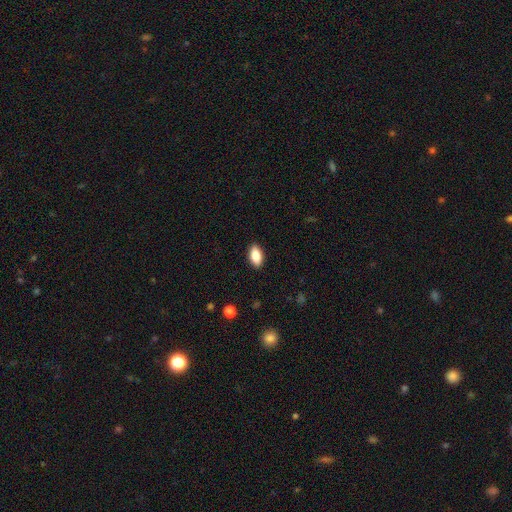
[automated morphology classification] Smooth or featured? smooth (87%)
How rounded? in between (91%)
Merging? none (88%)